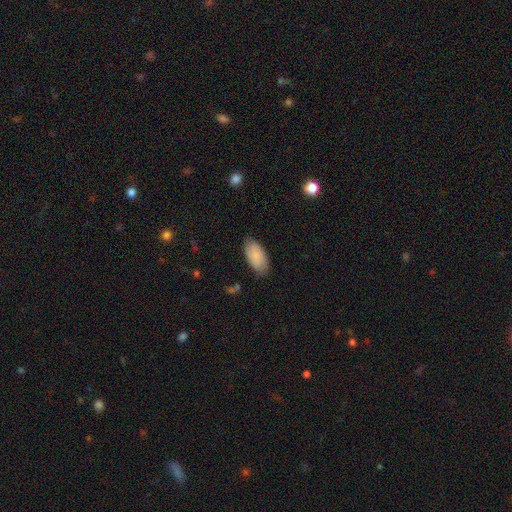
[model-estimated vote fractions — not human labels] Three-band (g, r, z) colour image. It shows a smooth galaxy with no disk features (84%) that is in between round and cigar-shaped (94%). Merging: none (80%).